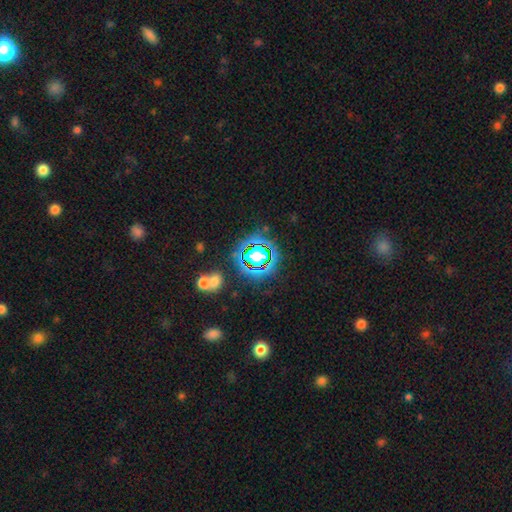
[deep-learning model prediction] smooth_or_featured: star or artifact (p=0.77) [alt: smooth p=0.15]